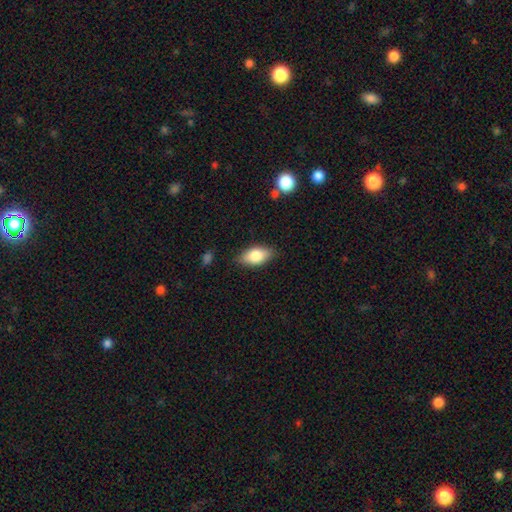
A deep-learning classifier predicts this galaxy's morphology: A smooth galaxy with no disk features (81%) that is in between round and cigar-shaped (90%).

Vote fractions:
- Smooth or featured? smooth: 81% / featured or disk: 12% / star or artifact: 7%
- How rounded? in between: 90% / cigar-shaped: 5% / round: 5%
- Merging? none: 84% / minor disturbance: 13% / major disturbance: 3% / merger: 1%